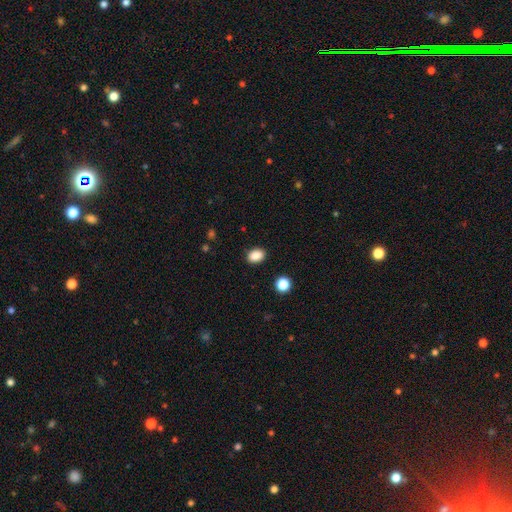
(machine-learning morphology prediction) smooth 87%, star or artifact 9%, featured or disk 3%. Down the decision tree: how rounded — in between (71%); merging — none (89%).